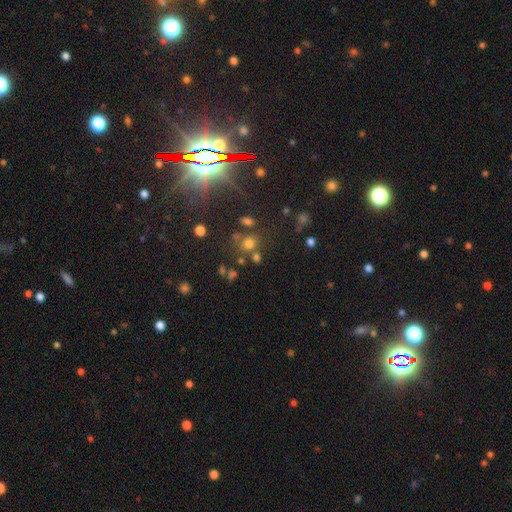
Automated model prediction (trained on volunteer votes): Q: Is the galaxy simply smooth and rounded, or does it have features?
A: star or artifact — 50%.